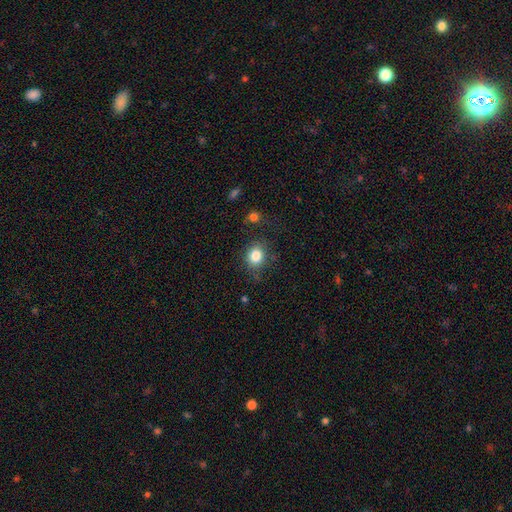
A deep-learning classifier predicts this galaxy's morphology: Smooth or featured?
  - smooth: 83% *
  - star or artifact: 10%
  - featured or disk: 6%
How rounded?
  - round: 72% *
  - in between: 27%
  - cigar-shaped: 1%
Merging?
  - none: 76% *
  - minor disturbance: 16%
  - major disturbance: 5%
  - merger: 3%